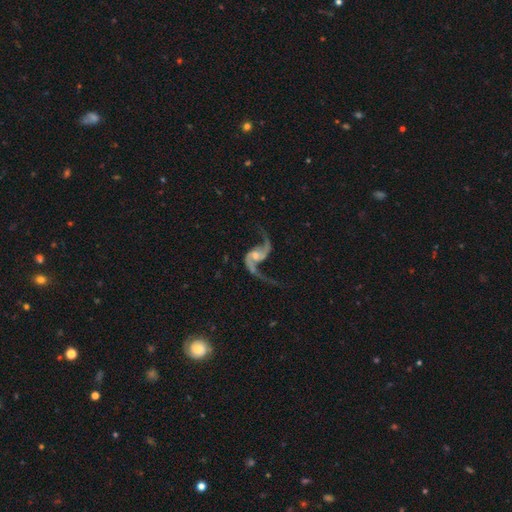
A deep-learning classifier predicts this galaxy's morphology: smooth-or-featured: featured or disk: 92% | star or artifact: 5% | smooth: 3%
  disk-edge-on: no: 98% | yes: 2%
    bar: no: 55% | weak: 33% | strong: 13%
    has-spiral-arms: yes: 98% | no: 2%
      spiral-winding: loose: 81% | medium: 15% | tight: 3%
      spiral-arm-count: 2: 94% | 1: 2% | can't tell: 1% | 3: 1% | 4: 1% | more than 4: 1%
    bulge-size: small: 48% | moderate: 43% | none: 5% | large: 4% | dominant: 1%
  merging: none: 69% | major disturbance: 14% | minor disturbance: 14% | merger: 3%